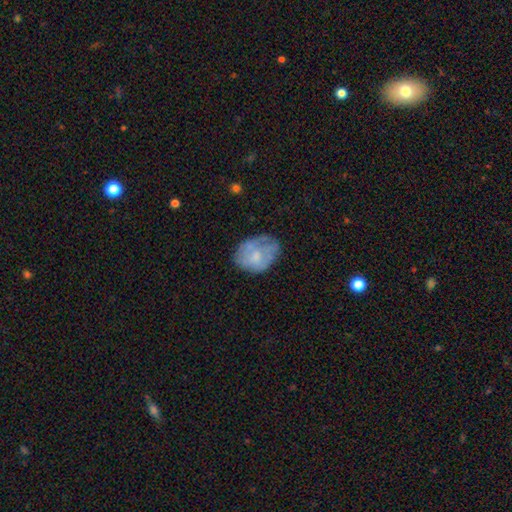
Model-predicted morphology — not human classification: Smooth or featured? Predicted: smooth (p=0.55). How rounded? Predicted: in between (p=0.69). Merging? Predicted: none (p=0.53).